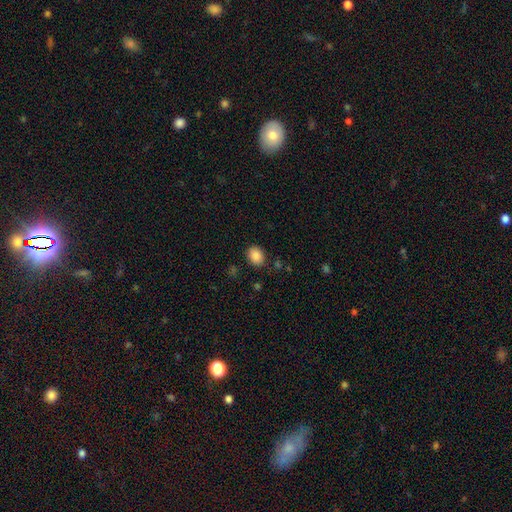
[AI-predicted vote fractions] Smooth or featured? Predicted: smooth (p=0.88). How rounded? Predicted: in between (p=0.62). Merging? Predicted: none (p=0.85).